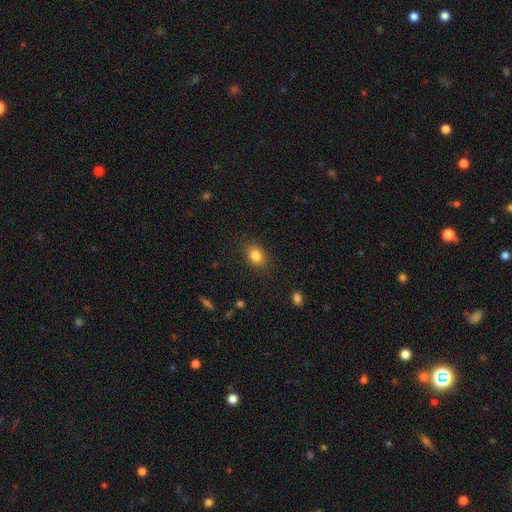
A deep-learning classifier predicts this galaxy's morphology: A smooth galaxy with no disk features (84%) that is in between round and cigar-shaped (68%).

Vote fractions:
- Smooth or featured? smooth: 84% / star or artifact: 10% / featured or disk: 6%
- How rounded? in between: 68% / round: 30% / cigar-shaped: 1%
- Merging? none: 85% / minor disturbance: 11% / major disturbance: 3% / merger: 1%